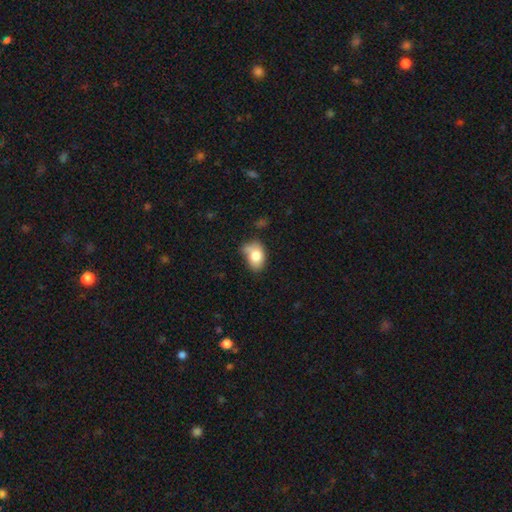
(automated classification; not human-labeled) Morphology: type=smooth (79%); roundness=in between (78%); merging=none (39%).